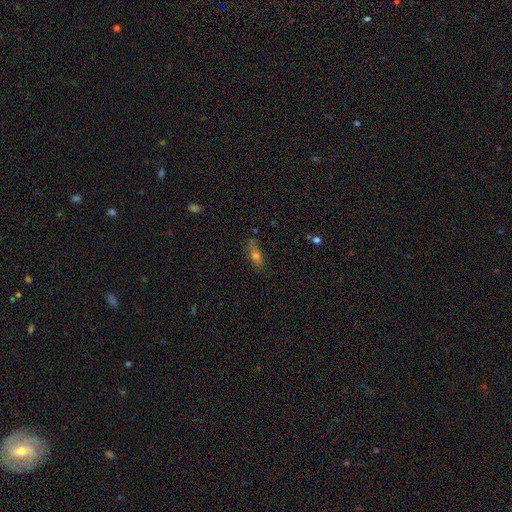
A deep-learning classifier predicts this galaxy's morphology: type=smooth (58%); roundness=in between (65%); merging=none (69%).